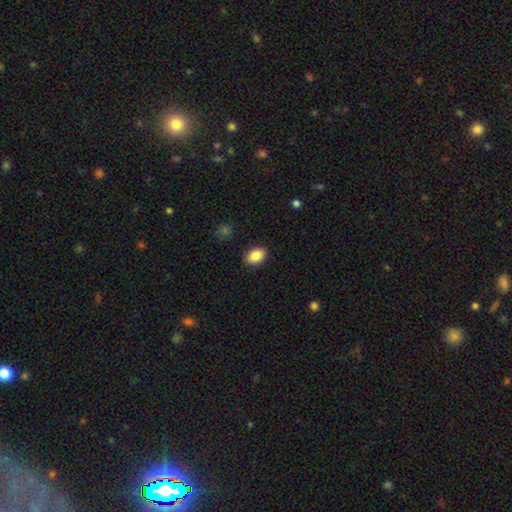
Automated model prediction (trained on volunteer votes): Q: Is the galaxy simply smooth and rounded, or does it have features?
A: smooth — 87%.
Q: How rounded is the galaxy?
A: in between — 83%.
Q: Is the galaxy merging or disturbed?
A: none — 89%.